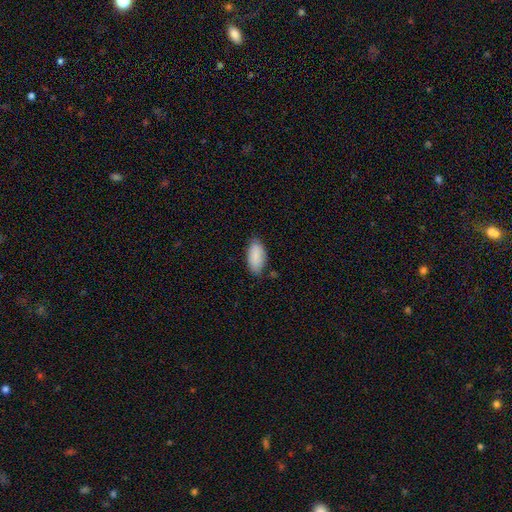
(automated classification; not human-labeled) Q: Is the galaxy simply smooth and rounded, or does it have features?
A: smooth — 89%.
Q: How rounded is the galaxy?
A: in between — 93%.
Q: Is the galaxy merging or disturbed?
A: none — 76%.